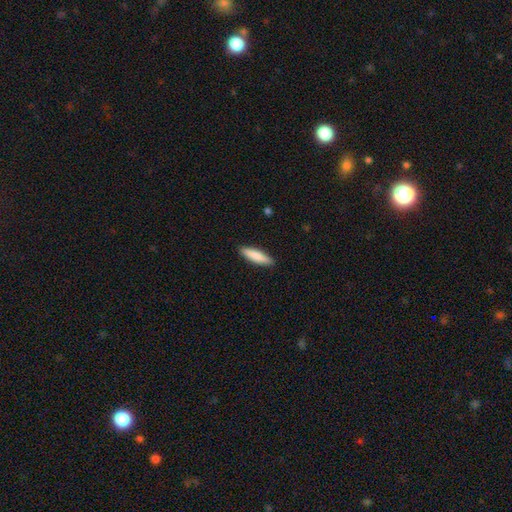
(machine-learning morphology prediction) A smooth galaxy with no disk features (82%) that is cigar-shaped (75%). Merging: none (90%).